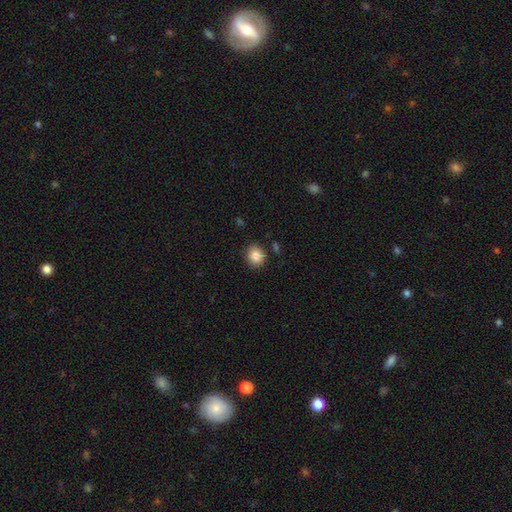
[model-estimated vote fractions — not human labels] This is clearly a smooth galaxy (86%). How rounded: likely round (75%). Merging: clearly none (85%).